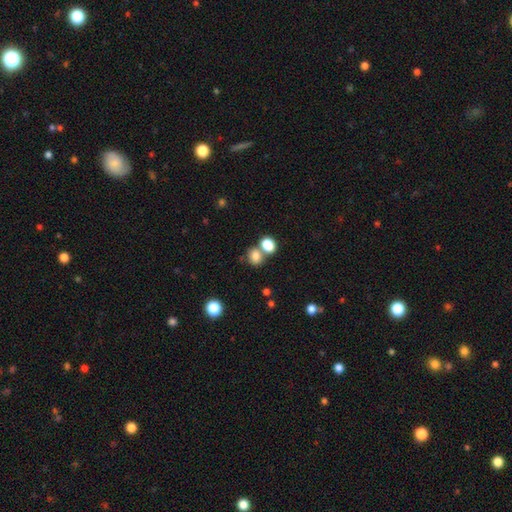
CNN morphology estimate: This appears to be a smooth galaxy with no disk features (80%) that is round (59%). Merging: none (46%).